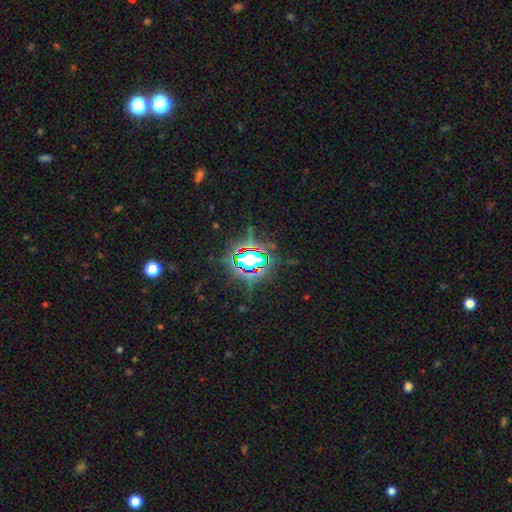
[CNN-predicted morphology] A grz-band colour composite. It shows a star or artifact, not a galaxy (75%).